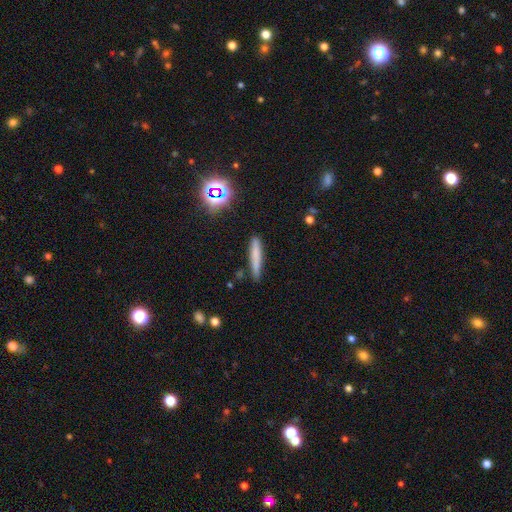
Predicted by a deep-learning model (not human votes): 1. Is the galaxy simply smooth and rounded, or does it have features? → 70% smooth, 19% featured or disk, 11% star or artifact.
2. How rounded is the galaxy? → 92% cigar-shaped, 6% in between, 2% round.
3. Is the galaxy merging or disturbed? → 83% none, 12% minor disturbance, 3% major disturbance, 2% merger.